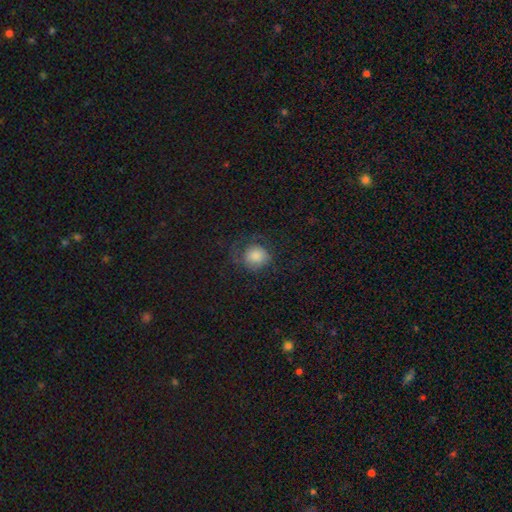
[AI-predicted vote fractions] smooth_or_featured: smooth (p=0.74) [alt: featured or disk p=0.16]
how_rounded: round (p=0.84) [alt: in between p=0.15]
merging: none (p=0.63) [alt: minor disturbance p=0.19]